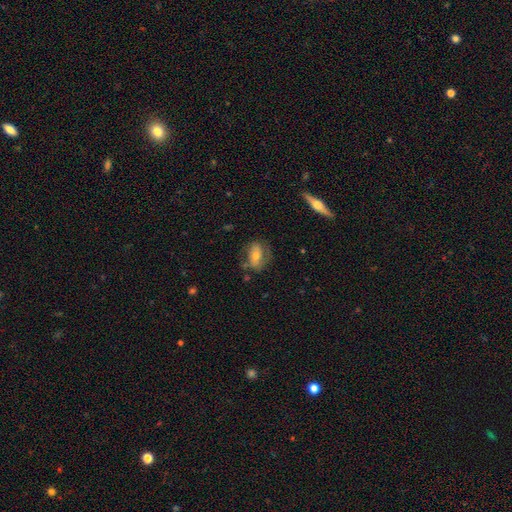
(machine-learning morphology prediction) smooth-or-featured: featured or disk: 49% | smooth: 42% | star or artifact: 9%
  merging: none: 63% | minor disturbance: 22% | major disturbance: 11% | merger: 4%